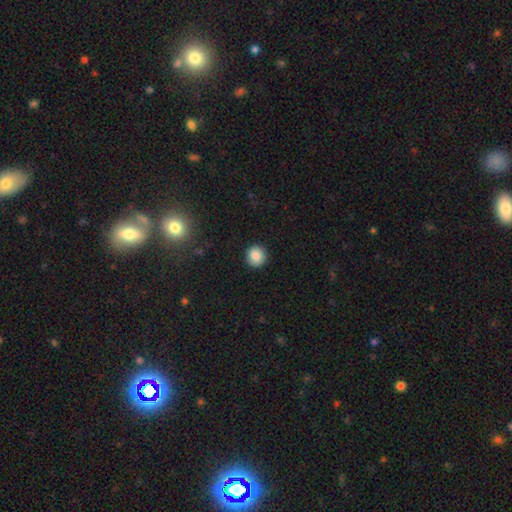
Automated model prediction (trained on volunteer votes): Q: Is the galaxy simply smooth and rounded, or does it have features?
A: smooth — 86%.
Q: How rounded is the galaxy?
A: round — 91%.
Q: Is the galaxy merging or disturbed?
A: none — 90%.